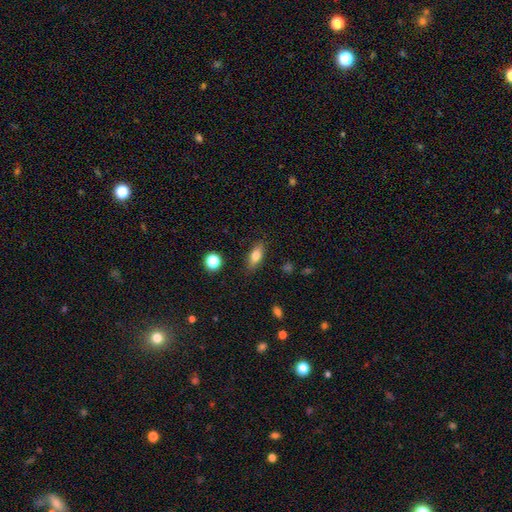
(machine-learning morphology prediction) smooth 75%, featured or disk 17%, star or artifact 8%. Down the decision tree: how rounded — in between (73%); merging — none (84%).